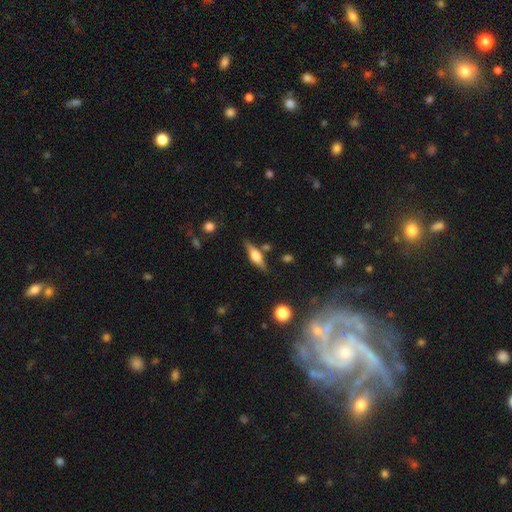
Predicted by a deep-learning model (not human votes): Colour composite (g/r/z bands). It shows a featured or disk galaxy (58%) viewed edge-on (94%) with a rounded central bulge (87%). Merging: none (78%).